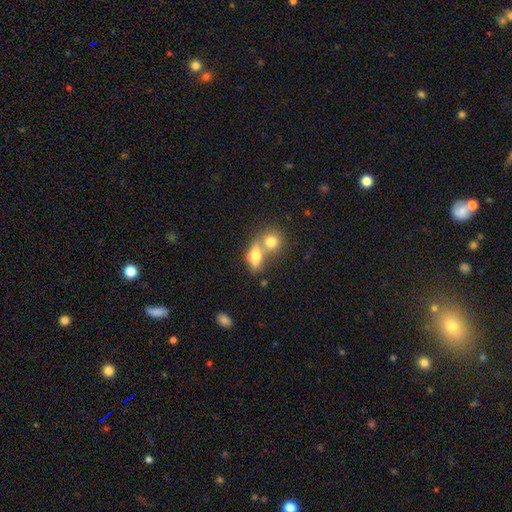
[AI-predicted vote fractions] smooth-or-featured: smooth: 72% | featured or disk: 19% | star or artifact: 9%
  how-rounded: in between: 71% | round: 22% | cigar-shaped: 7%
  merging: merger: 60% | none: 27% | minor disturbance: 8% | major disturbance: 5%